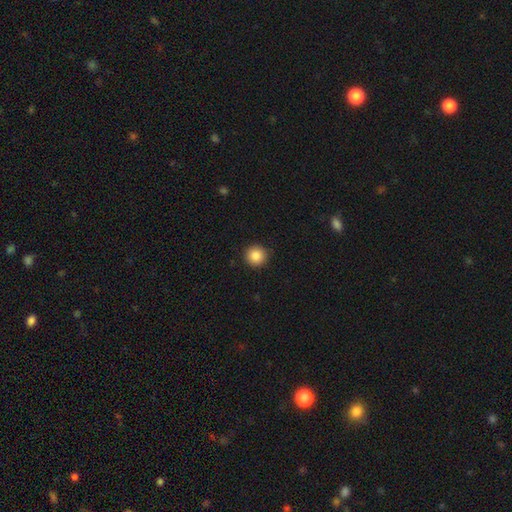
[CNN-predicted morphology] smooth_or_featured: smooth (p=0.86) [alt: star or artifact p=0.09]
how_rounded: round (p=0.94) [alt: in between p=0.05]
merging: none (p=0.91) [alt: minor disturbance p=0.07]